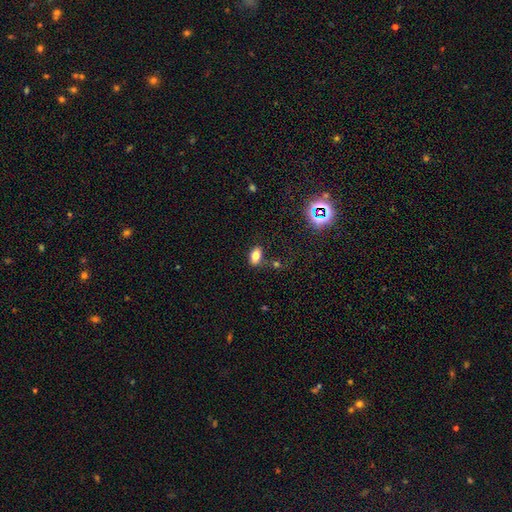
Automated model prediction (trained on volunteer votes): smooth_or_featured: smooth (p=0.78) [alt: star or artifact p=0.13]
how_rounded: in between (p=0.89) [alt: round p=0.07]
merging: none (p=0.76) [alt: minor disturbance p=0.13]